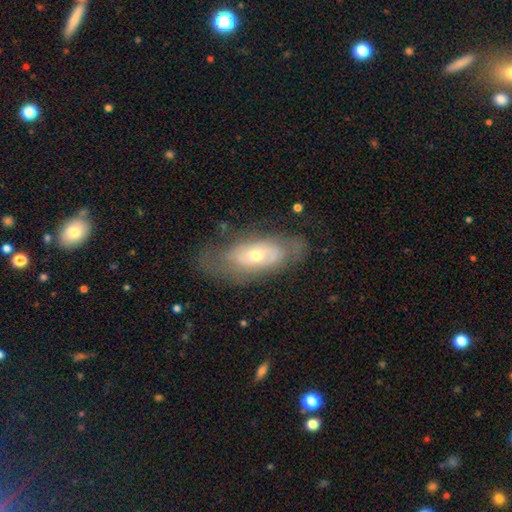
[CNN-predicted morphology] Q: Smooth or featured?
A: featured or disk (63%); runner-up: smooth (30%)
Q: Edge-on disk?
A: no (86%); runner-up: yes (14%)
Q: Bar?
A: no (78%); runner-up: weak (17%)
Q: Spiral arms?
A: yes (57%); runner-up: no (43%)
Q: Bulge size?
A: moderate (52%); runner-up: small (43%)
Q: Merging?
A: none (65%); runner-up: minor disturbance (21%)